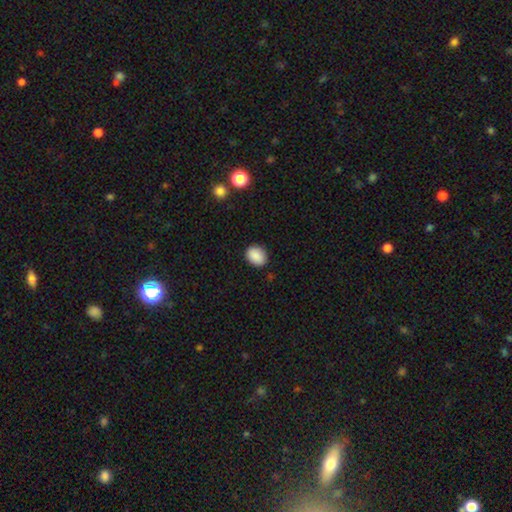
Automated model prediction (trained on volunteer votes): This appears to be a smooth galaxy with no disk features (88%) that is in between round and cigar-shaped (58%). Merging: none (86%).